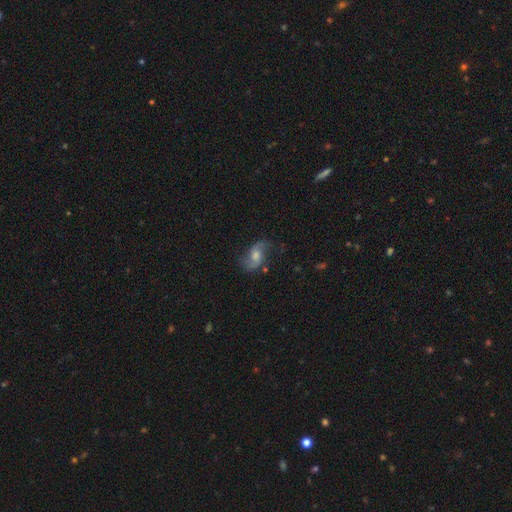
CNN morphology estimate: This is likely a featured or disk galaxy (73%). It is clearly not viewed edge-on (96%). Bar: possibly no (55%). Spiral arm pattern: clearly yes (93%). Spiral arm count: clearly 2 (91%). Spiral winding: likely loose (66%). Central bulge: possibly moderate (51%). Merging: likely none (69%).